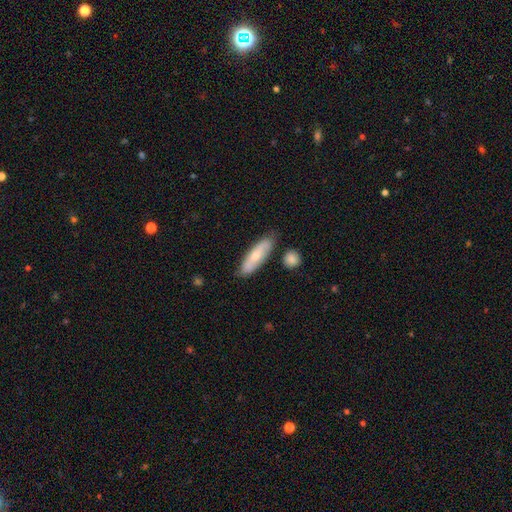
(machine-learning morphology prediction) Smooth or featured? smooth (61%)
How rounded? cigar-shaped (56%)
Merging? none (77%)